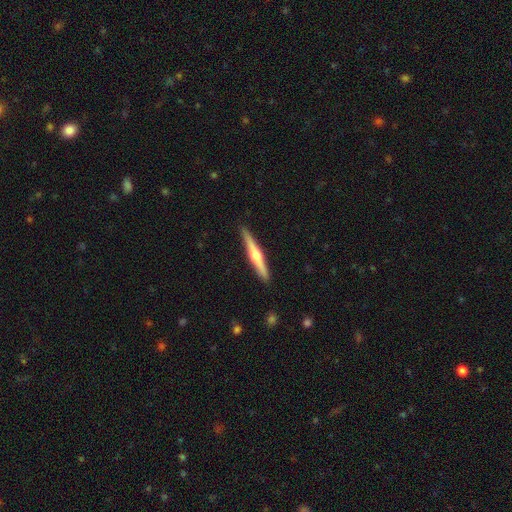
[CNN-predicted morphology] The model was most divided on "smooth or featured": featured or disk: 67%, smooth: 28%, star or artifact: 5%. More confident: edge-on disk — yes (97%); edge-on bulge — rounded (90%); merging — none (90%).